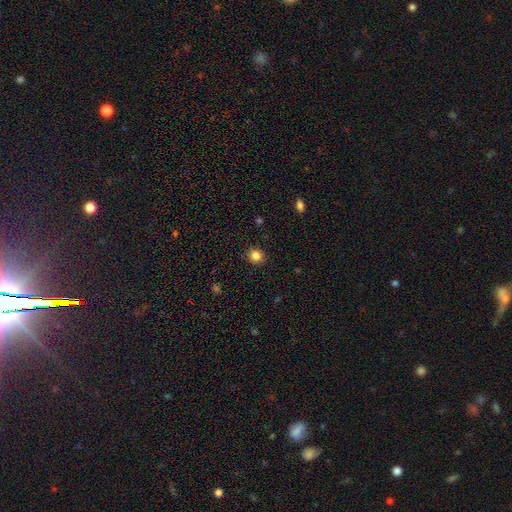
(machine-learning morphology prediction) smooth-or-featured: smooth: 84% | star or artifact: 12% | featured or disk: 5%
  how-rounded: round: 86% | in between: 13% | cigar-shaped: 1%
  merging: none: 91% | minor disturbance: 6% | major disturbance: 2% | merger: 1%